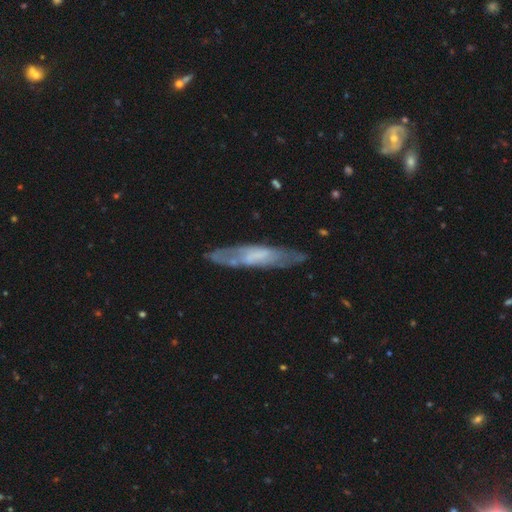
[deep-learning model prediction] The model was most divided on "edge-on disk" (2-way tie): yes: 50%, no: 50%. More confident: merging — none (73%); smooth or featured — featured or disk (57%).